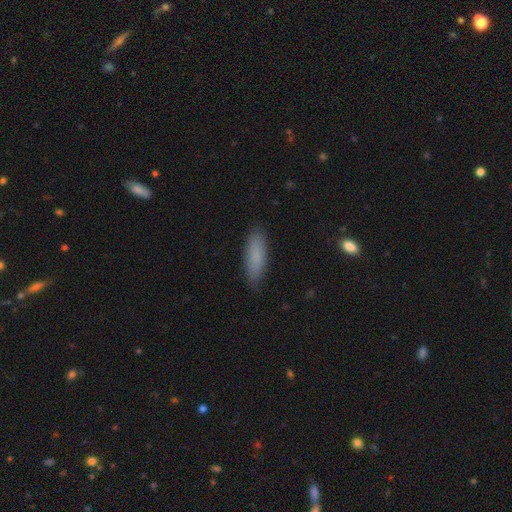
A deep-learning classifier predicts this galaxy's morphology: smooth 84%, featured or disk 9%, star or artifact 7%. Down the decision tree: how rounded — cigar-shaped (52%); merging — none (84%).